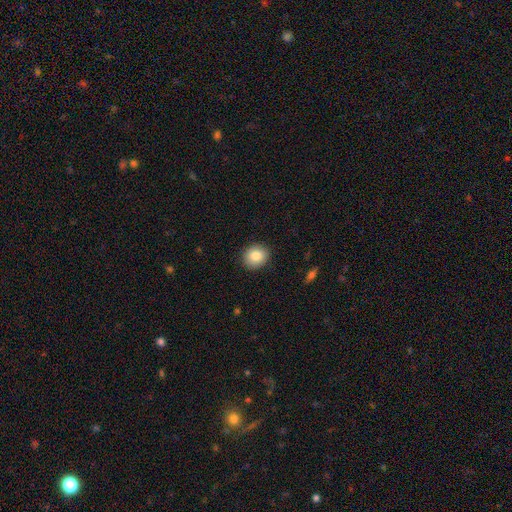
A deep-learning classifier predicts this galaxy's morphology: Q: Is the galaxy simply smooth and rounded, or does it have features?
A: smooth — 83%.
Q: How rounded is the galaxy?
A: round — 76%.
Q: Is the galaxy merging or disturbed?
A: none — 89%.